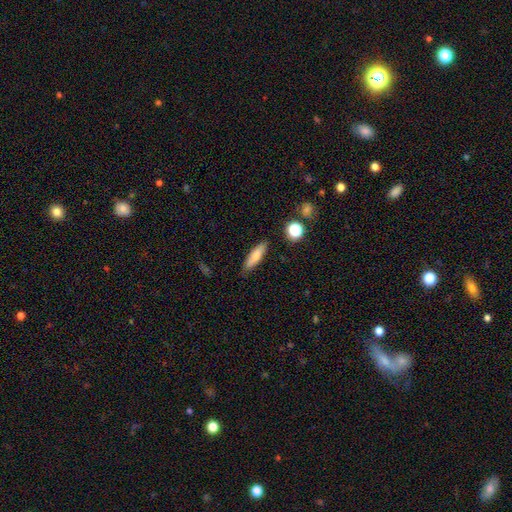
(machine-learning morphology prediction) type=smooth (73%); roundness=cigar-shaped (62%); merging=none (85%).